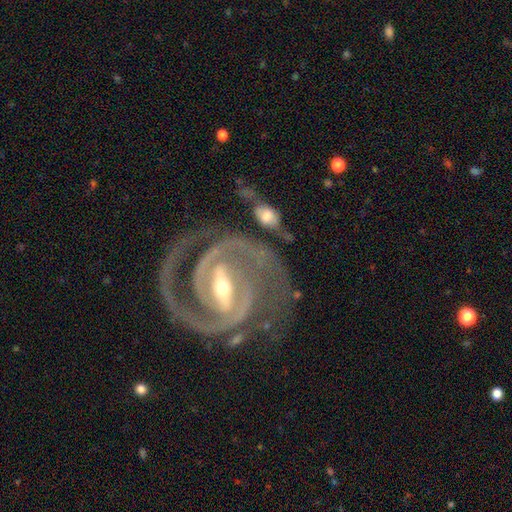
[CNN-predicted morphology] Q: Smooth or featured?
A: featured or disk (93%); runner-up: star or artifact (4%)
Q: Edge-on disk?
A: no (97%); runner-up: yes (3%)
Q: Bar?
A: strong (68%); runner-up: weak (25%)
Q: Spiral arms?
A: yes (98%); runner-up: no (2%)
Q: Spiral winding?
A: tight (62%); runner-up: medium (34%)
Q: Spiral arm count?
A: 2 (85%); runner-up: 3 (6%)
Q: Bulge size?
A: moderate (55%); runner-up: small (38%)
Q: Merging?
A: none (71%); runner-up: minor disturbance (15%)